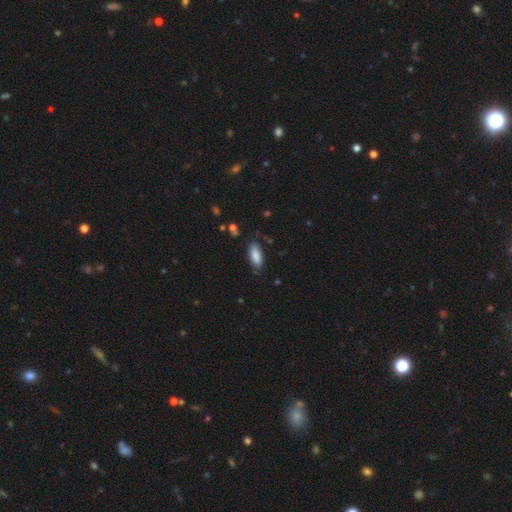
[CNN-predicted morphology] Smooth or featured? smooth (84%)
How rounded? in between (83%)
Merging? none (76%)